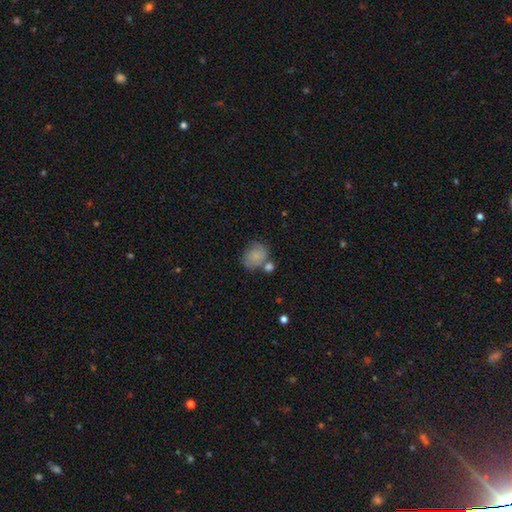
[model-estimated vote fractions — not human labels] Q: Smooth or featured?
A: smooth (80%); runner-up: featured or disk (12%)
Q: How rounded?
A: round (56%); runner-up: in between (43%)
Q: Merging?
A: none (53%); runner-up: merger (23%)